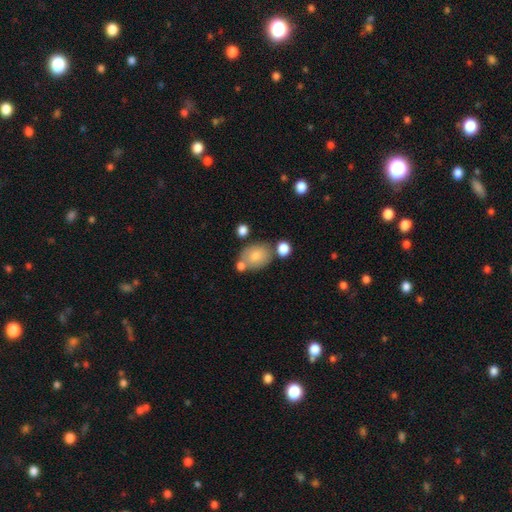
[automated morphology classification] A smooth galaxy with no disk features (77%) that is in between round and cigar-shaped (66%). Merging: none (61%).